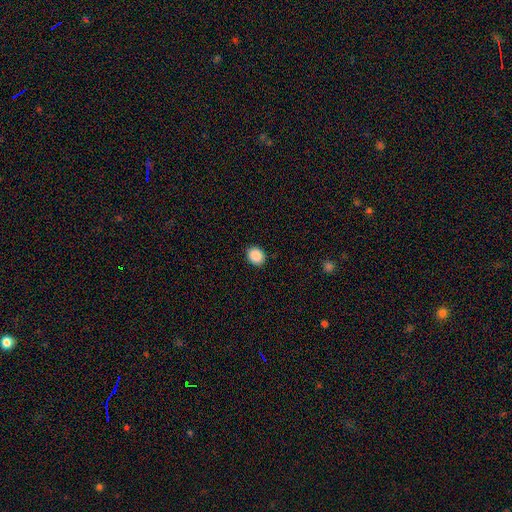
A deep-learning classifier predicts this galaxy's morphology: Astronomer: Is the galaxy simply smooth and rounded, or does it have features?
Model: smooth — 89%.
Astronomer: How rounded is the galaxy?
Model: round — 61% (runner-up: in between, 38%).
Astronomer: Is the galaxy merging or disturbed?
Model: none — 91%.